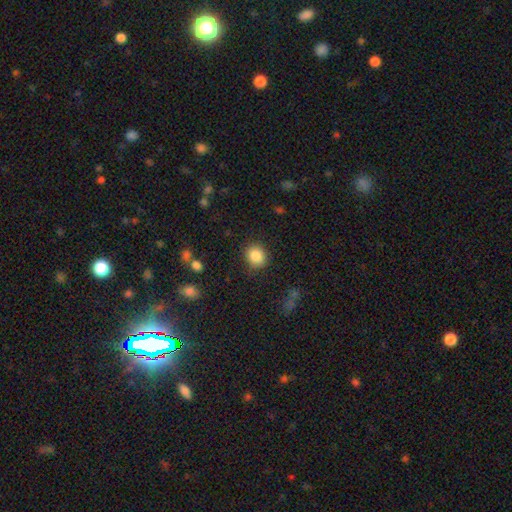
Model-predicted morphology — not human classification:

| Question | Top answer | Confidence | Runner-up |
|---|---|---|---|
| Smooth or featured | smooth | 86% | star or artifact (9%) |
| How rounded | round | 74% | in between (25%) |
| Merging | none | 86% | minor disturbance (10%) |